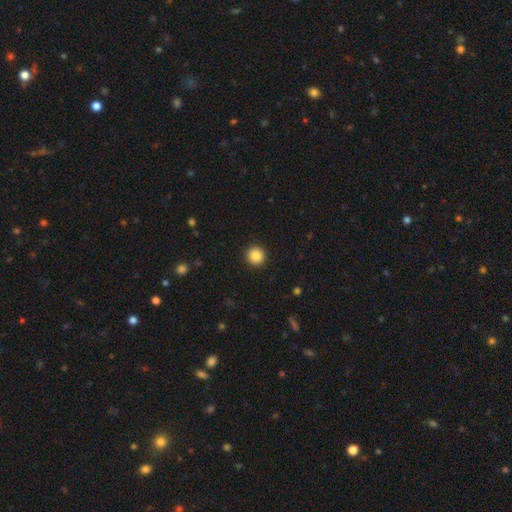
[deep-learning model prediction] This is clearly a smooth galaxy (86%). How rounded: clearly round (95%). Merging: clearly none (93%).